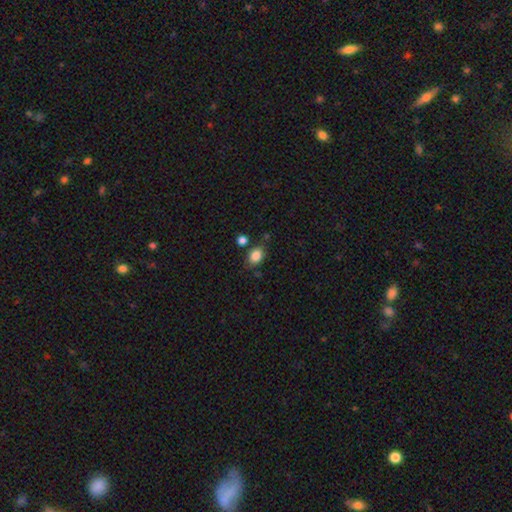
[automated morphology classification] Smooth or featured? smooth (85%)
How rounded? in between (65%)
Merging? none (73%)